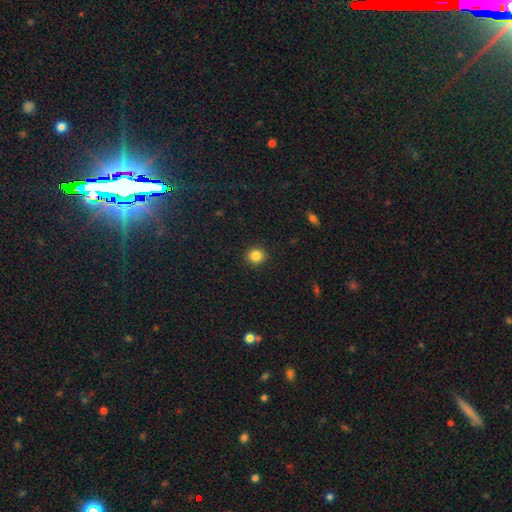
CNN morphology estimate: Smooth or featured?
  - smooth: 84% *
  - star or artifact: 11%
  - featured or disk: 5%
How rounded?
  - round: 89% *
  - in between: 10%
  - cigar-shaped: 1%
Merging?
  - none: 92% *
  - minor disturbance: 5%
  - major disturbance: 2%
  - merger: 1%